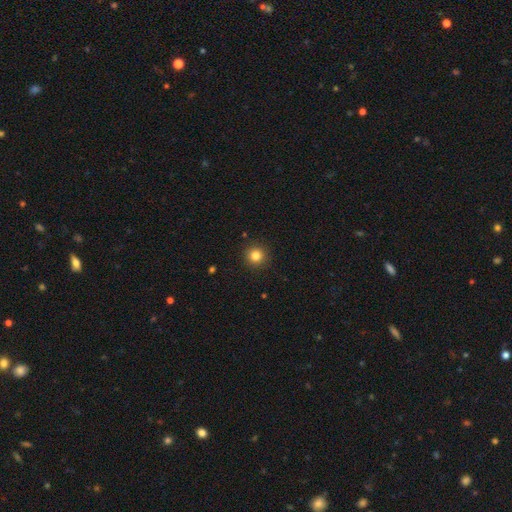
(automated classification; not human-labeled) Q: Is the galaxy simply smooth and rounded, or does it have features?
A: smooth — 82%.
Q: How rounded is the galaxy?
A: round — 95%.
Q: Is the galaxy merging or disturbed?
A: none — 92%.